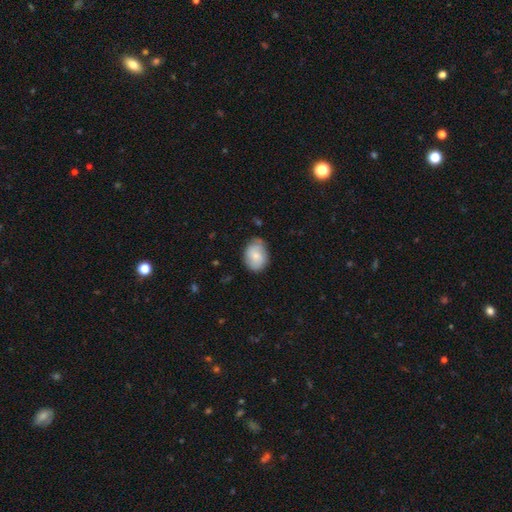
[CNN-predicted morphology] This appears to be a smooth galaxy with no disk features (74%) that is in between round and cigar-shaped (71%). Merging: none (69%).